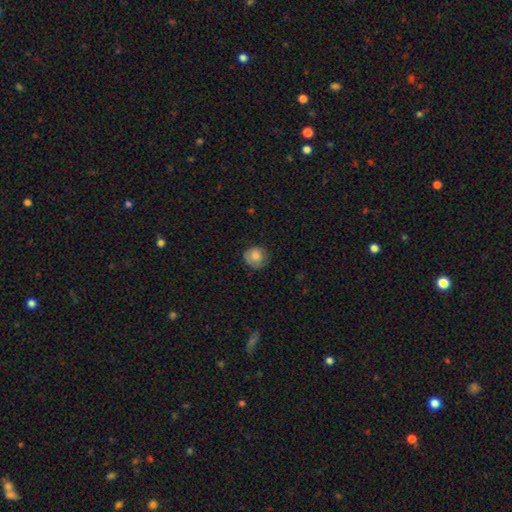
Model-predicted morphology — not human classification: The model was most divided on "merging": none: 74%, minor disturbance: 20%, major disturbance: 5%, merger: 1%. More confident: how rounded — round (87%); smooth or featured — smooth (75%).